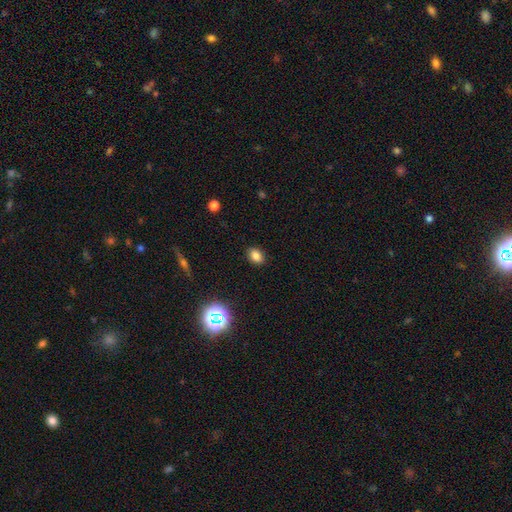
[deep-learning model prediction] Overall: smooth (82%). How rounded: in between (76%). Merging: none (88%).